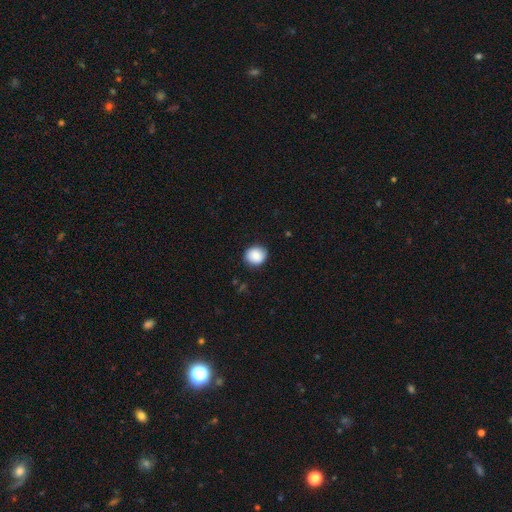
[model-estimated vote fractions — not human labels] Morphology: type=smooth (83%); roundness=round (80%); merging=none (88%).